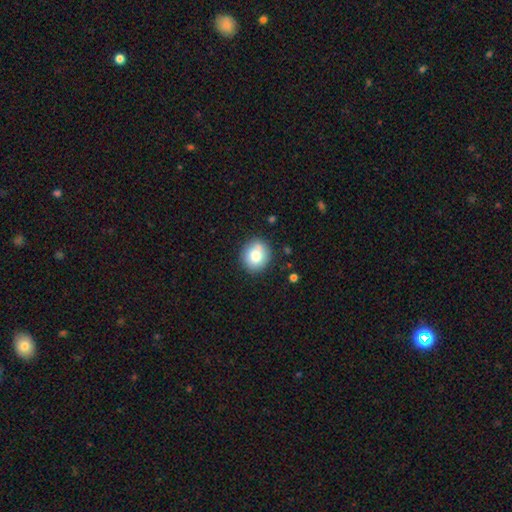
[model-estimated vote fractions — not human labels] smooth-or-featured: smooth: 78% | featured or disk: 13% | star or artifact: 9%
  how-rounded: round: 85% | in between: 14% | cigar-shaped: 1%
  merging: none: 84% | minor disturbance: 11% | major disturbance: 3% | merger: 3%